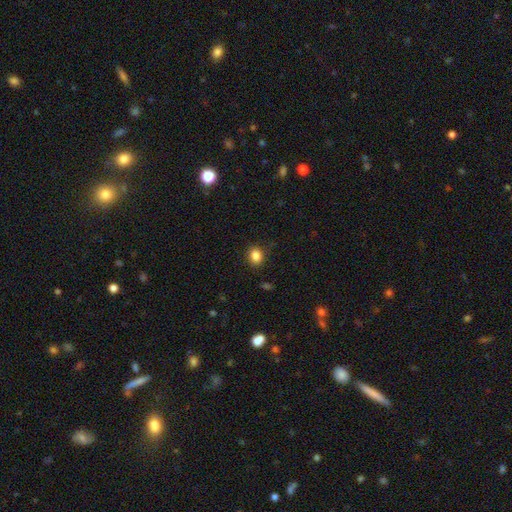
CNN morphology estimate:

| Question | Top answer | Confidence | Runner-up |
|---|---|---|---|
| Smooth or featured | smooth | 85% | star or artifact (11%) |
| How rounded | round | 56% | in between (43%) |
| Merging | none | 87% | minor disturbance (10%) |